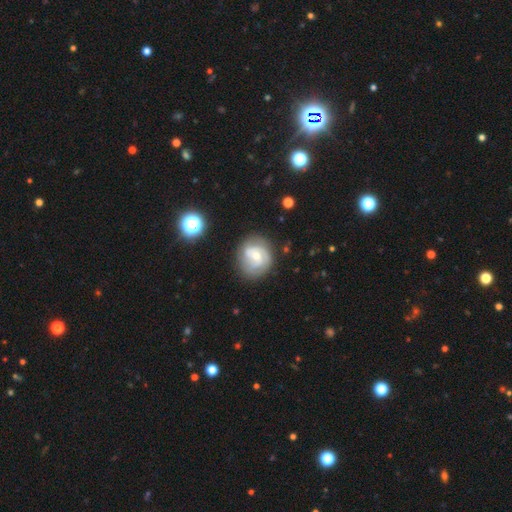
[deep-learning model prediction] featured or disk 73%, smooth 20%, star or artifact 6%. Down the decision tree: edge-on disk — no (98%); bar — no (48%); spiral arms — yes (91%); spiral arm count — 2 (54%); spiral winding — tight (46%); bulge size — small (48%); merging — none (74%).